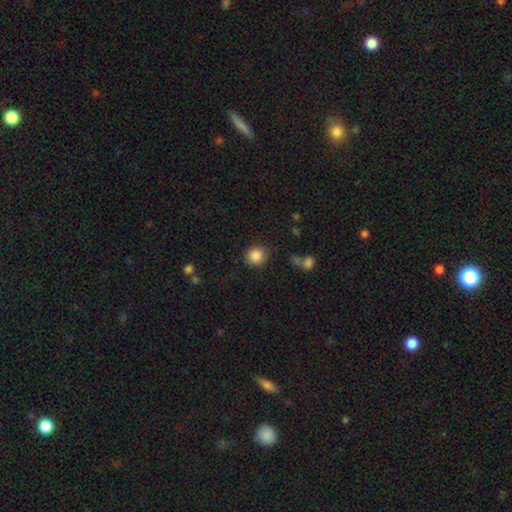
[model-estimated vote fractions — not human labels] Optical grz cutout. It shows a smooth galaxy with no disk features (87%) that is round (89%). Merging: none (86%).